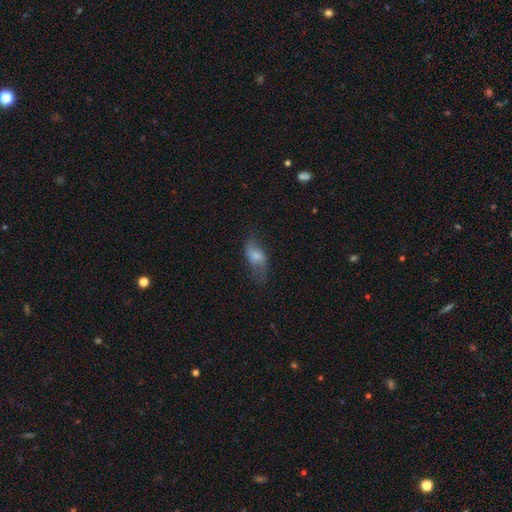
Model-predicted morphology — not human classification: type=smooth (62%); roundness=in between (85%); merging=none (56%).